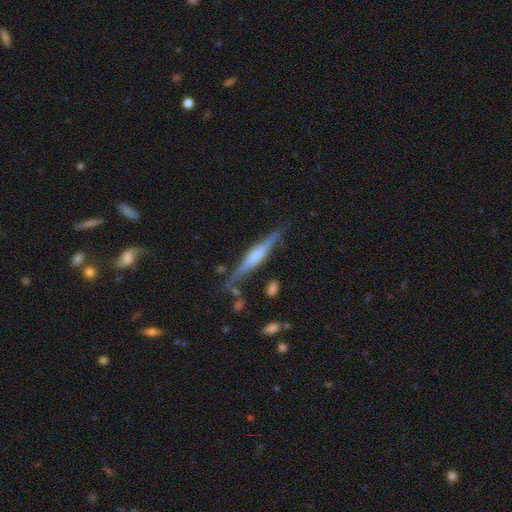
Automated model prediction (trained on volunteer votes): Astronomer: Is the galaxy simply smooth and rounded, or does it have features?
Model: featured or disk — 67%.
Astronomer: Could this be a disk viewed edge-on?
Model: yes — 96%.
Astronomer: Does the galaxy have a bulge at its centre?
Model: rounded — 61%.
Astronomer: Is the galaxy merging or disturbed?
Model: none — 79%.